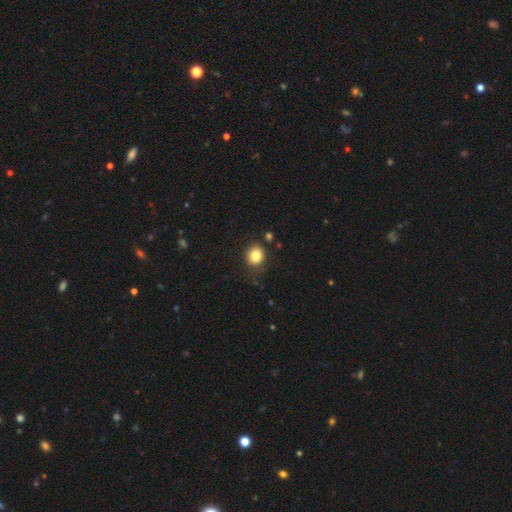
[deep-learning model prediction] This is clearly a smooth galaxy (82%). How rounded: likely round (66%). Merging: clearly none (81%).